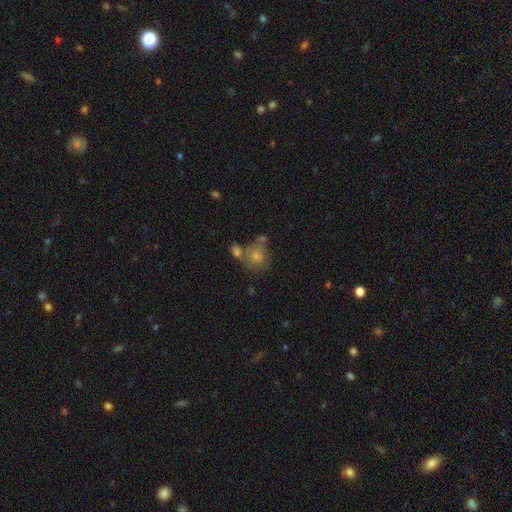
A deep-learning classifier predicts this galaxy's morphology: Smooth or featured: smooth — 69% (featured or disk — 21%)
How rounded: round — 70% (in between — 29%)
Merging: none — 39% (merger — 33%)